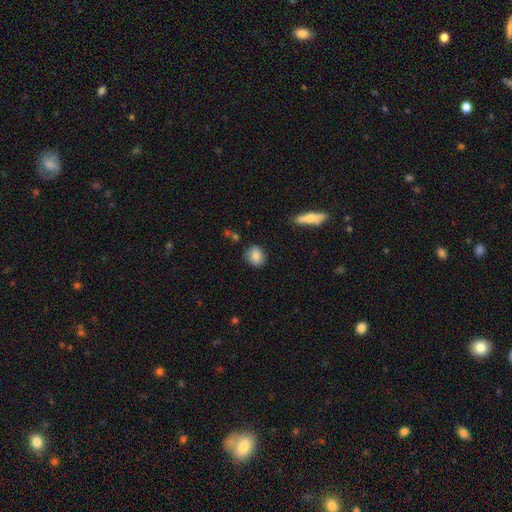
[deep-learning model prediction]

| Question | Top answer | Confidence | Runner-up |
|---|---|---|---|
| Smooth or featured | smooth | 80% | featured or disk (11%) |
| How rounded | round | 61% | in between (38%) |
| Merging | none | 79% | minor disturbance (15%) |